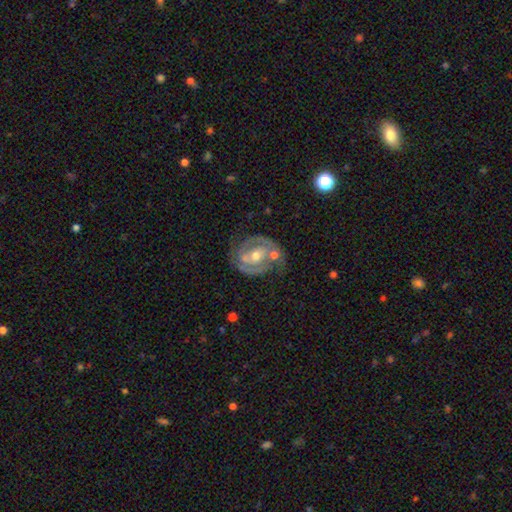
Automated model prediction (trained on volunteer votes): smooth_or_featured: featured or disk (p=0.86) [alt: smooth p=0.09]
disk_edge_on: no (p=0.97) [alt: yes p=0.03]
bar: no (p=0.44) [alt: weak p=0.38]
has_spiral_arms: yes (p=0.91) [alt: no p=0.09]
spiral_winding: tight (p=0.56) [alt: medium p=0.36]
spiral_arm_count: 2 (p=0.78) [alt: can't tell p=0.10]
bulge_size: moderate (p=0.60) [alt: small p=0.35]
merging: none (p=0.63) [alt: minor disturbance p=0.18]